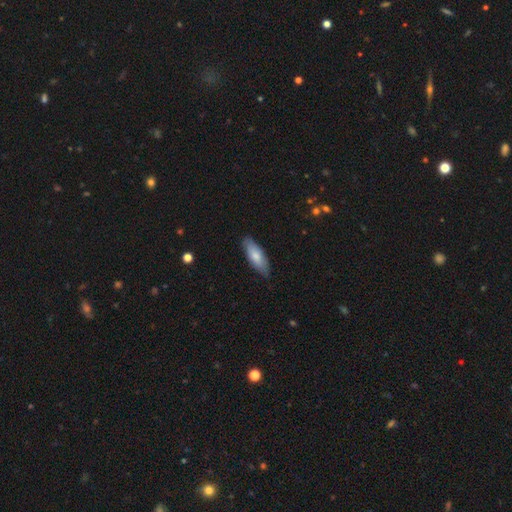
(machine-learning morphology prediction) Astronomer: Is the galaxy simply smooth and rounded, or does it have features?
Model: smooth — 76%.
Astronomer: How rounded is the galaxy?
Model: in between — 67%.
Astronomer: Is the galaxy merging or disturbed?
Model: none — 83%.